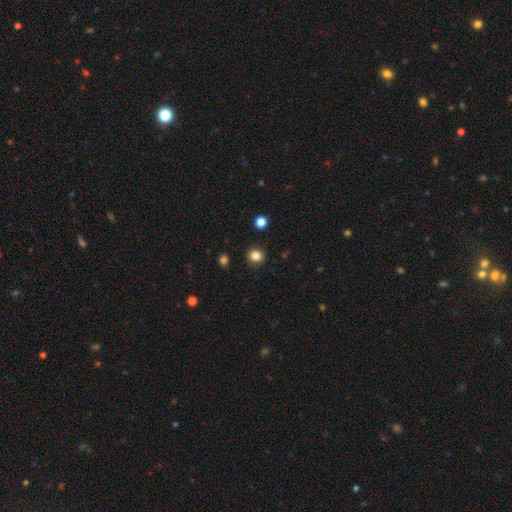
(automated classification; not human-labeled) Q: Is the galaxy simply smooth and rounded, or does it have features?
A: smooth — 84%.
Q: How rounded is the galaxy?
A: round — 87%.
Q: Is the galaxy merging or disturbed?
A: none — 90%.